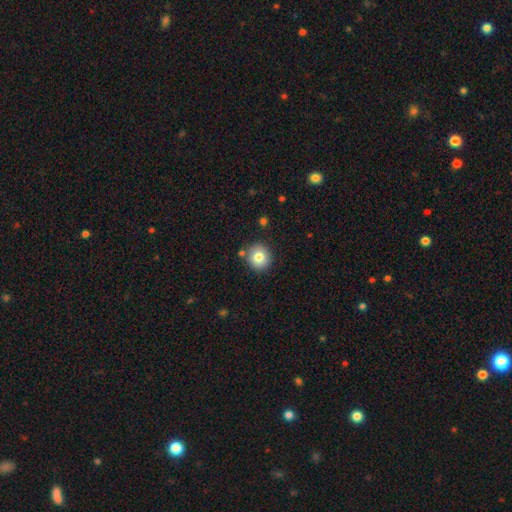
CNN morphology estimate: A smooth galaxy with no disk features (80%) that is round (90%). Merging: none (86%).